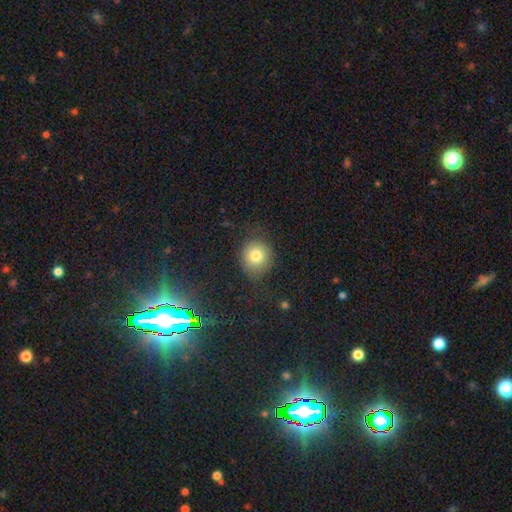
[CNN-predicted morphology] A smooth galaxy with no disk features (79%) that is round (84%).

Vote fractions:
- Smooth or featured? smooth: 79% / star or artifact: 11% / featured or disk: 10%
- How rounded? round: 84% / in between: 15% / cigar-shaped: 1%
- Merging? none: 76% / minor disturbance: 14% / major disturbance: 8% / merger: 2%